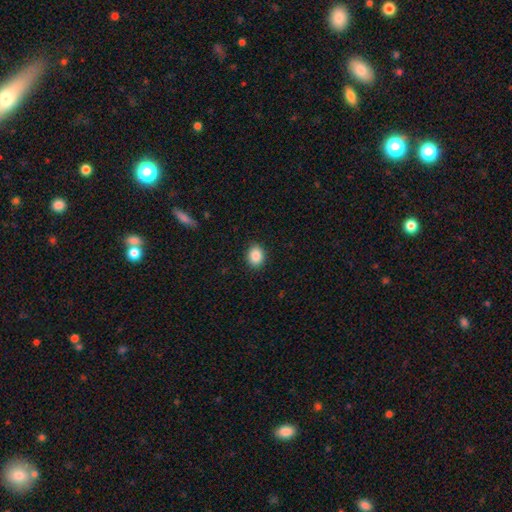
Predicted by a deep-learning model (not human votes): Overall: smooth (87%). How rounded: round (51%; in between 48%). Merging: none (90%).